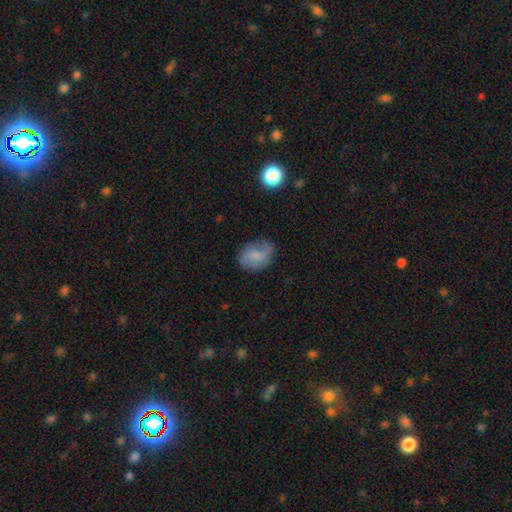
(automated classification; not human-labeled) smooth_or_featured: smooth (p=0.61) [alt: featured or disk p=0.30]
how_rounded: in between (p=0.58) [alt: round p=0.41]
merging: none (p=0.58) [alt: minor disturbance p=0.29]